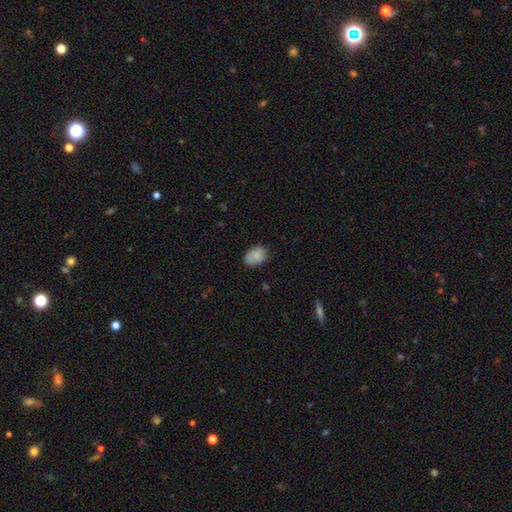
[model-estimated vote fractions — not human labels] smooth-or-featured: smooth: 83% | featured or disk: 9% | star or artifact: 8%
  how-rounded: in between: 78% | round: 21% | cigar-shaped: 1%
  merging: none: 76% | minor disturbance: 19% | major disturbance: 4% | merger: 1%